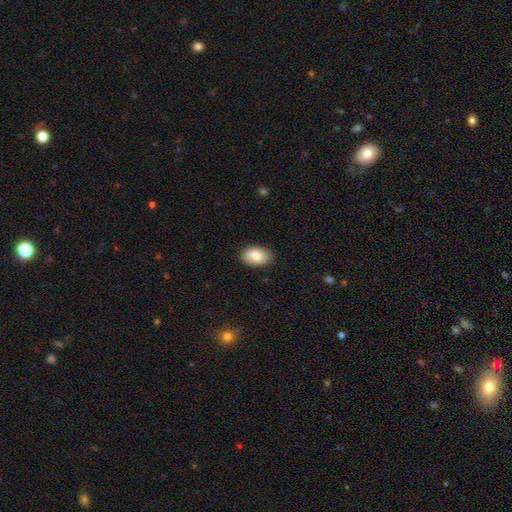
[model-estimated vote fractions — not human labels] smooth 86%, featured or disk 8%, star or artifact 7%. Down the decision tree: how rounded — in between (92%); merging — none (86%).